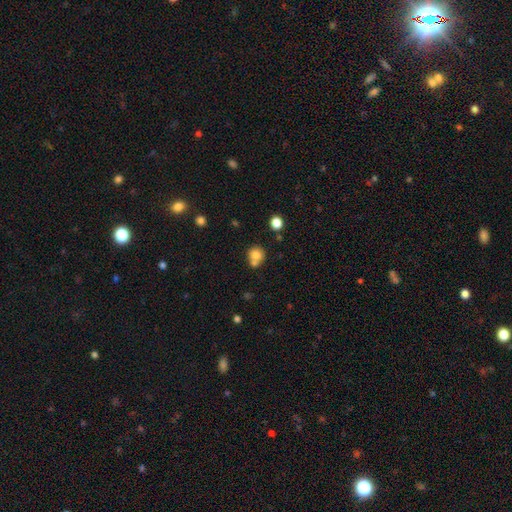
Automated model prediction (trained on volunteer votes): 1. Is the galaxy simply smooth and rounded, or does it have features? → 78% smooth, 11% star or artifact, 11% featured or disk.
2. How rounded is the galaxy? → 84% round, 16% in between, 1% cigar-shaped.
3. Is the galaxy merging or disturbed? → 47% none, 40% merger, 9% minor disturbance, 3% major disturbance.